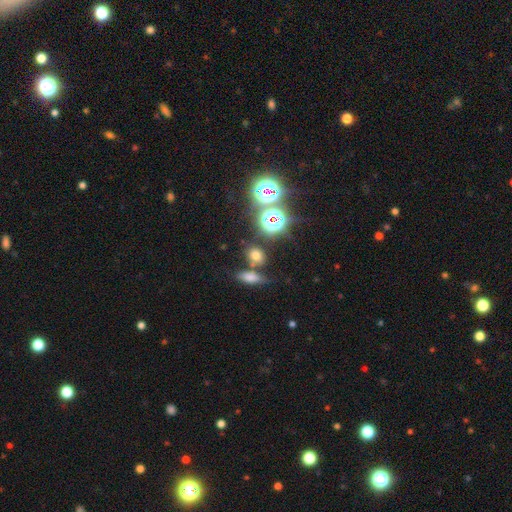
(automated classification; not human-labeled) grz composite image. It shows a smooth galaxy with no disk features (63%) that is in between round and cigar-shaped (49%). Merging: none (69%).